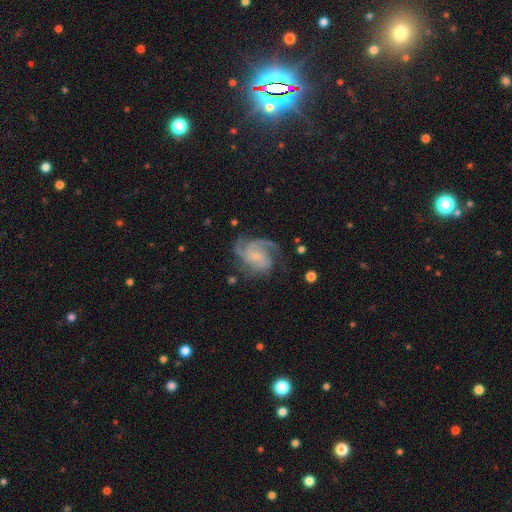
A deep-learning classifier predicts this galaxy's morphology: Smooth or featured? Predicted: featured or disk (p=0.87). Edge-on disk? Predicted: no (p=0.98). Bar? Predicted: no (p=0.63). Spiral arms? Predicted: yes (p=0.98). Spiral winding? Predicted: medium (p=0.47). Spiral arm count? Predicted: 3 (p=0.50). Bulge size? Predicted: small (p=0.61). Merging? Predicted: none (p=0.67).